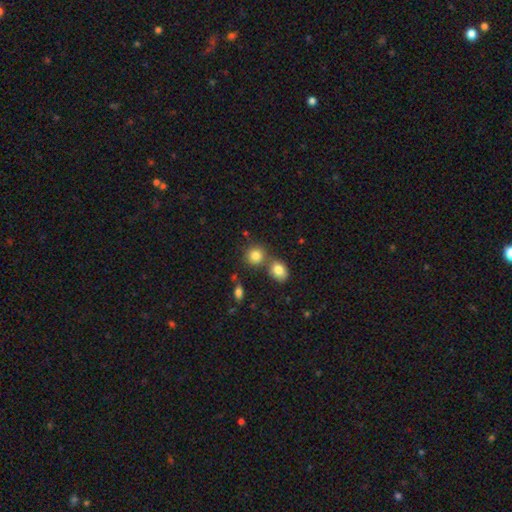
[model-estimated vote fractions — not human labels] This appears to be a smooth galaxy with no disk features (83%) that is round (80%). Merging: none (57%).